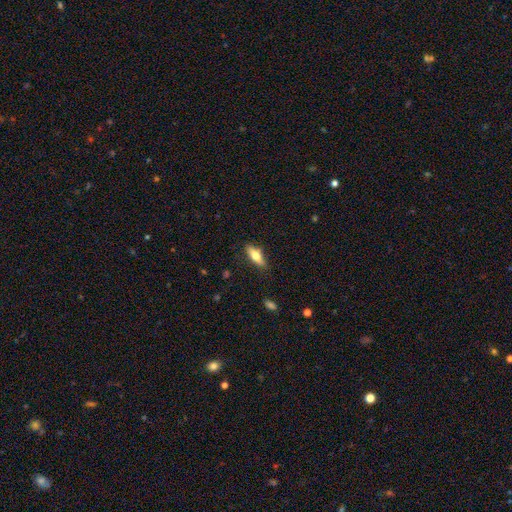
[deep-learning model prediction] smooth 64%, featured or disk 29%, star or artifact 7%. Down the decision tree: how rounded — in between (60%); merging — none (84%).